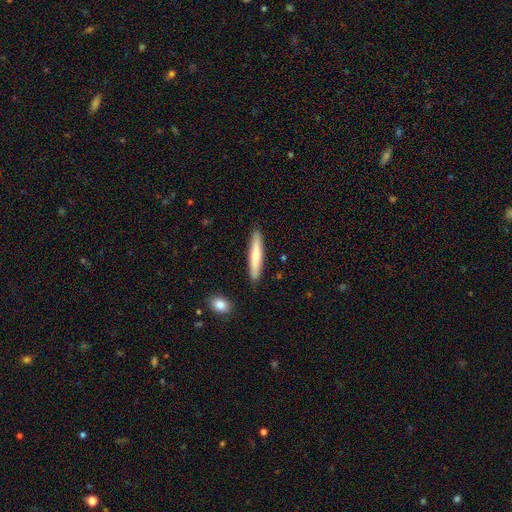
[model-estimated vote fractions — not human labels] A smooth galaxy with no disk features (60%) that is cigar-shaped (91%).

Vote fractions:
- Smooth or featured? smooth: 60% / featured or disk: 34% / star or artifact: 6%
- How rounded? cigar-shaped: 91% / in between: 7% / round: 1%
- Merging? none: 88% / minor disturbance: 8% / merger: 2% / major disturbance: 2%